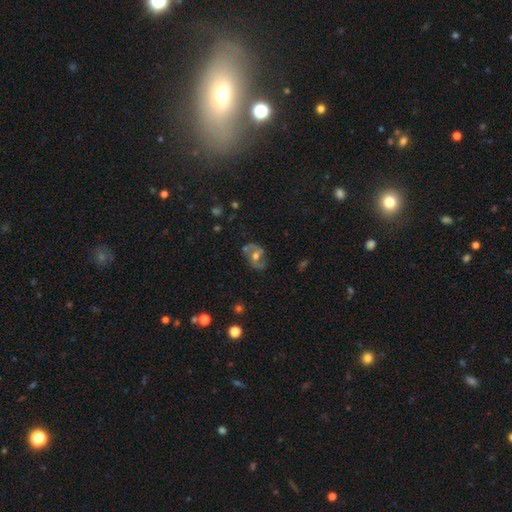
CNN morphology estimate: type=featured or disk (67%); edge-on=no (95%); bar=no (45%); spiral arms=yes (74%); bulge=moderate (71%); merging=none (68%).